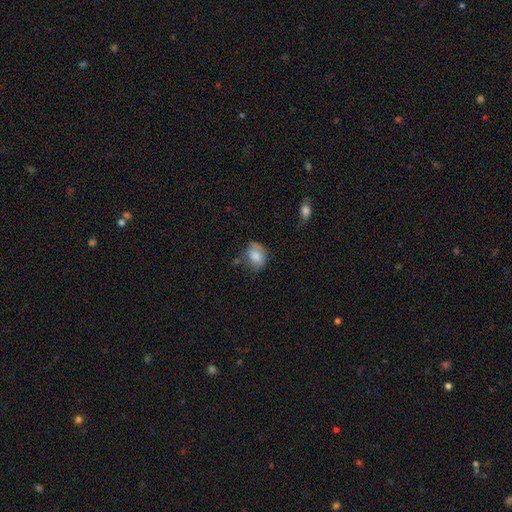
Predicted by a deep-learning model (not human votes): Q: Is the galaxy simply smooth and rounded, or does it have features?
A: smooth — 73%.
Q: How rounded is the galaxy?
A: in between — 74%.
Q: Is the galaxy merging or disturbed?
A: none — 49%.